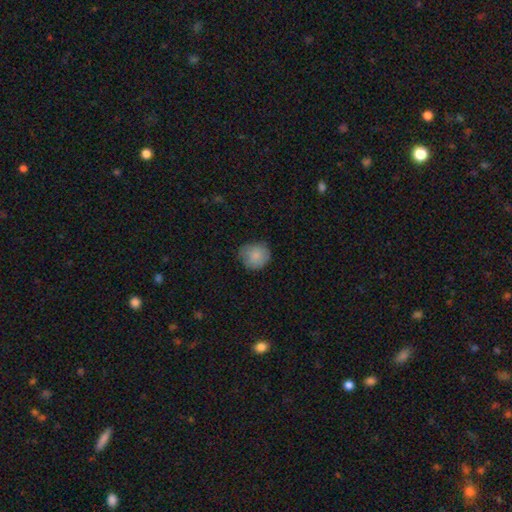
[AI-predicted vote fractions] Morphology: type=smooth (84%); roundness=round (86%); merging=none (75%).